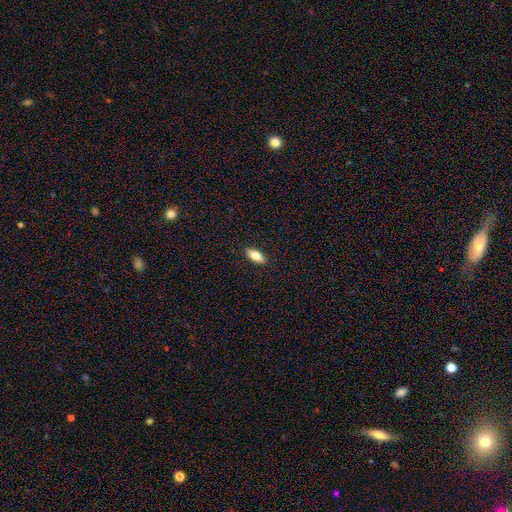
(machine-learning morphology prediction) smooth_or_featured: smooth (p=0.75) [alt: featured or disk p=0.18]
how_rounded: in between (p=0.80) [alt: cigar-shaped p=0.18]
merging: none (p=0.90) [alt: minor disturbance p=0.08]